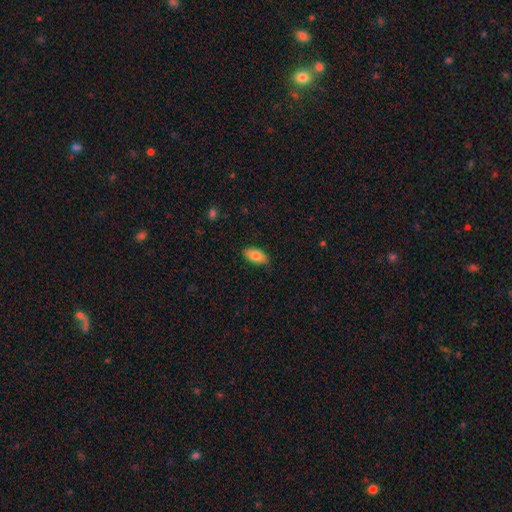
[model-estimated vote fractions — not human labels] smooth 81%, featured or disk 12%, star or artifact 7%. Down the decision tree: how rounded — in between (92%); merging — none (86%).